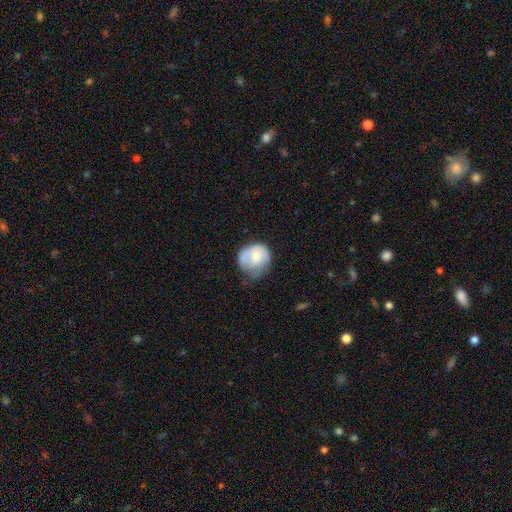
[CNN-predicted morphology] The model was most divided on "merging": minor disturbance: 38%, none: 36%, major disturbance: 23%, merger: 3%. More confident: how rounded — round (76%); smooth or featured — smooth (61%).